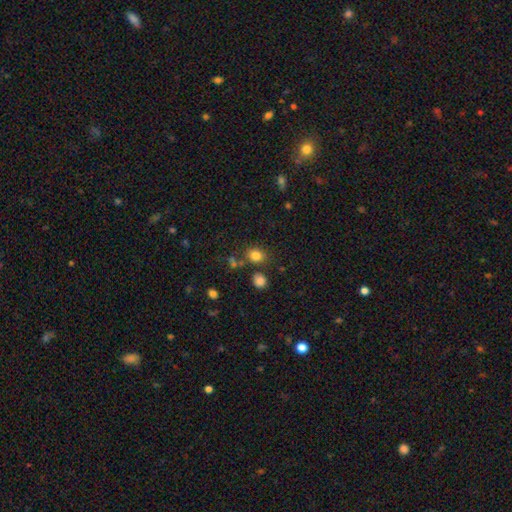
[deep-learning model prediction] The model was most divided on "how rounded": round: 64%, in between: 35%, cigar-shaped: 1%. More confident: smooth or featured — smooth (81%); merging — none (76%).